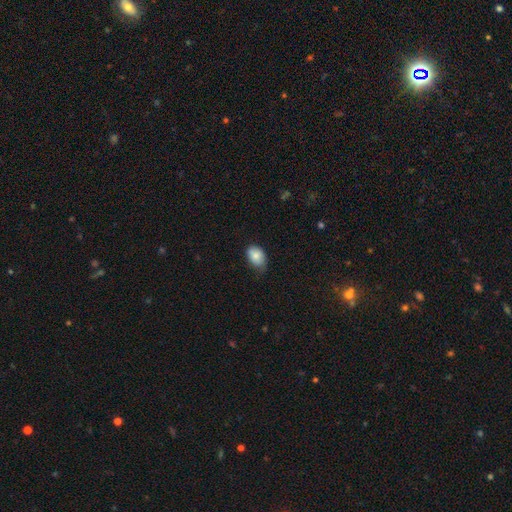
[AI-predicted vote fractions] Smooth or featured: smooth — 81% (featured or disk — 12%)
How rounded: in between — 80% (round — 19%)
Merging: none — 49% (minor disturbance — 41%)